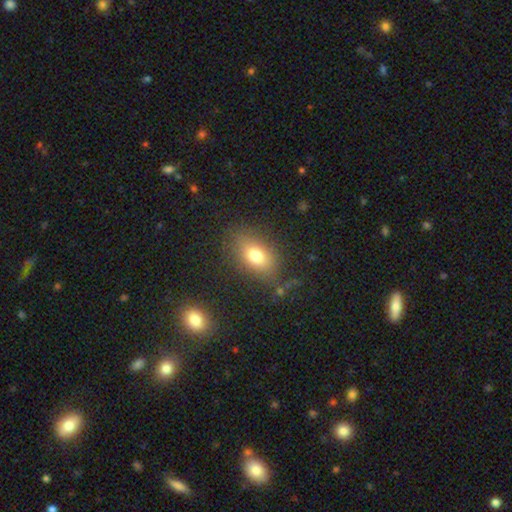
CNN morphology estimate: Q: Smooth or featured?
A: smooth (75%); runner-up: featured or disk (14%)
Q: How rounded?
A: in between (84%); runner-up: round (14%)
Q: Merging?
A: none (77%); runner-up: minor disturbance (14%)